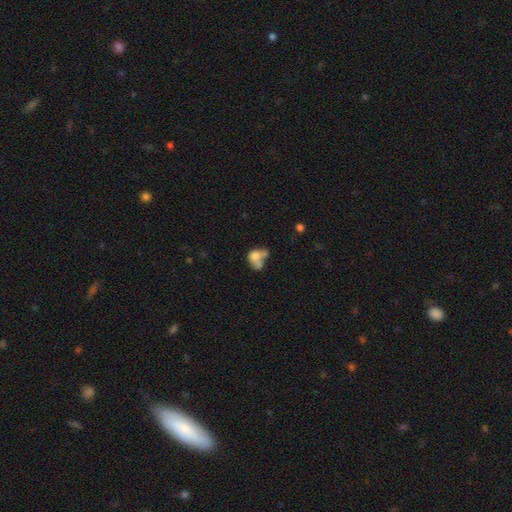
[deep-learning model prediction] Overall: smooth (64%; featured or disk 24%). How rounded: in between (63%; round 35%). Merging: merger (51%; none 20%).